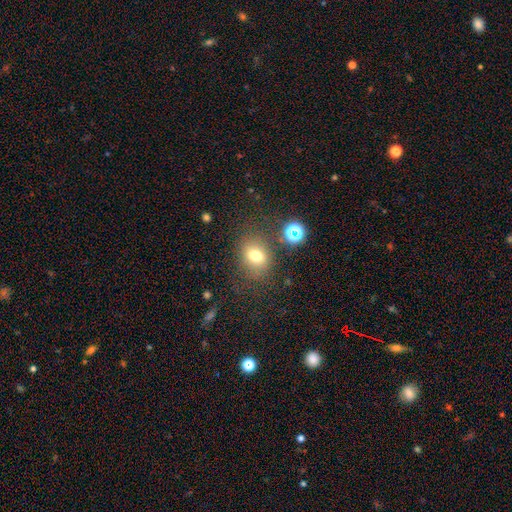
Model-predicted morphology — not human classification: Smooth or featured: smooth — 72% (star or artifact — 16%)
How rounded: in between — 53% (round — 46%)
Merging: none — 71% (minor disturbance — 15%)